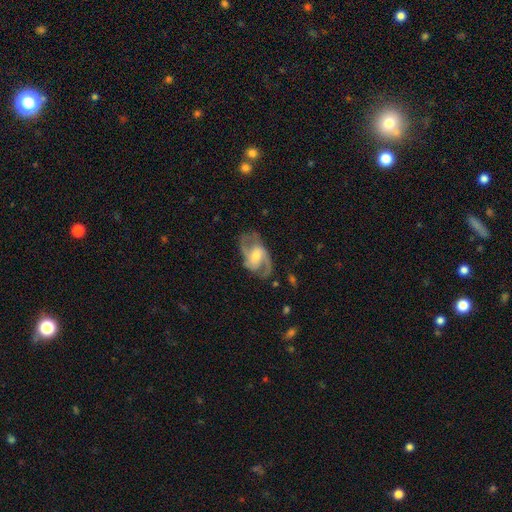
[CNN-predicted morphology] Smooth or featured: featured or disk — 86% (smooth — 9%)
Edge-on disk: no — 96% (yes — 4%)
Bar: weak — 46% (no — 33%)
Spiral arms: yes — 96% (no — 4%)
Spiral winding: medium — 55% (loose — 28%)
Spiral arm count: 2 — 76% (3 — 12%)
Bulge size: moderate — 55% (small — 33%)
Merging: none — 73% (minor disturbance — 16%)